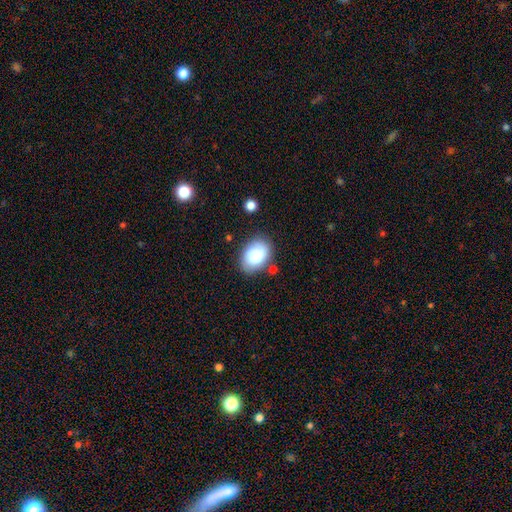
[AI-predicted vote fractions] Smooth or featured? Predicted: smooth (p=0.84). How rounded? Predicted: in between (p=0.79). Merging? Predicted: none (p=0.77).